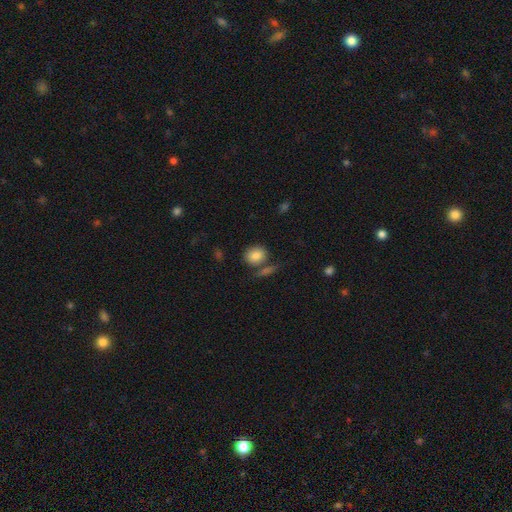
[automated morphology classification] Smooth or featured? Predicted: smooth (p=0.83). How rounded? Predicted: round (p=0.56). Merging? Predicted: none (p=0.63).